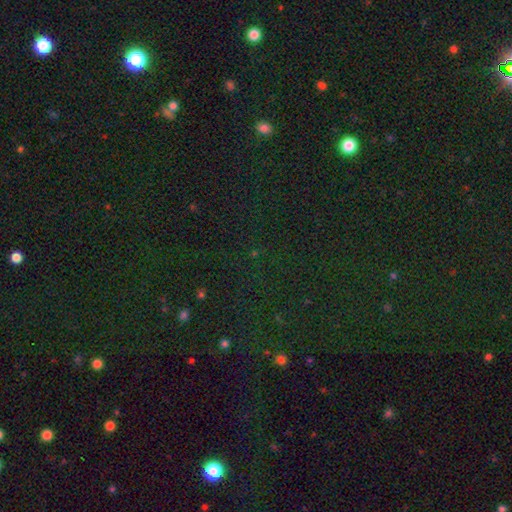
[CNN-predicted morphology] smooth-or-featured: star or artifact: 75% | smooth: 17% | featured or disk: 8%